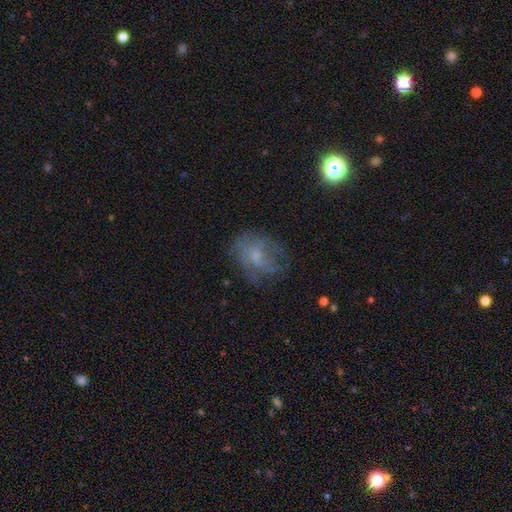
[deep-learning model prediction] Smooth or featured? Predicted: featured or disk (p=0.50). Edge-on disk? Predicted: no (p=0.97). Merging? Predicted: none (p=0.55).